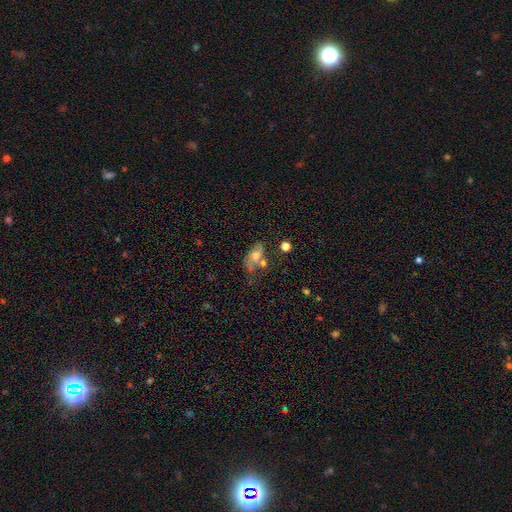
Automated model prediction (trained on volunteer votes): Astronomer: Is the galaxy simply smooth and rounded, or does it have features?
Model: smooth — 49% (runner-up: featured or disk, 37%).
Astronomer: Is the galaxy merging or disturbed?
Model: none — 32% (runner-up: merger, 25%).